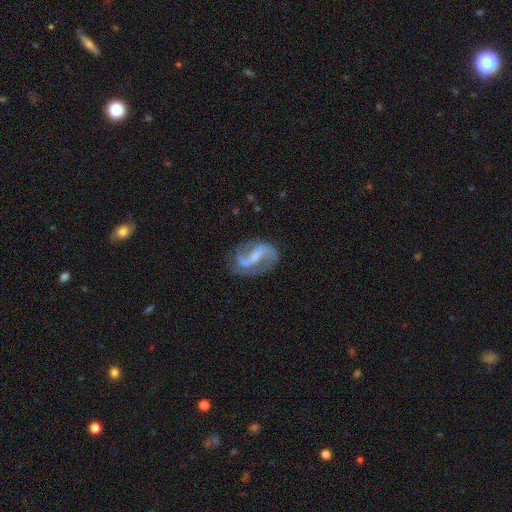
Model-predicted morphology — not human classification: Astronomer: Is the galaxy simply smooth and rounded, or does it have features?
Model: featured or disk — 83%.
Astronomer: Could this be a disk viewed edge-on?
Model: no — 97%.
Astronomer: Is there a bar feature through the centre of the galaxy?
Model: weak — 45% (runner-up: strong, 37%).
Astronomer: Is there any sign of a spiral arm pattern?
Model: yes — 91%.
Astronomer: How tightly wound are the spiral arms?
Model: loose — 47% (runner-up: medium, 41%).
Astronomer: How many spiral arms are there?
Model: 2 — 86%.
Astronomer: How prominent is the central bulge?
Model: small — 44% (runner-up: moderate, 31%).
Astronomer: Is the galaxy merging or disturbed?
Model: none — 63%.